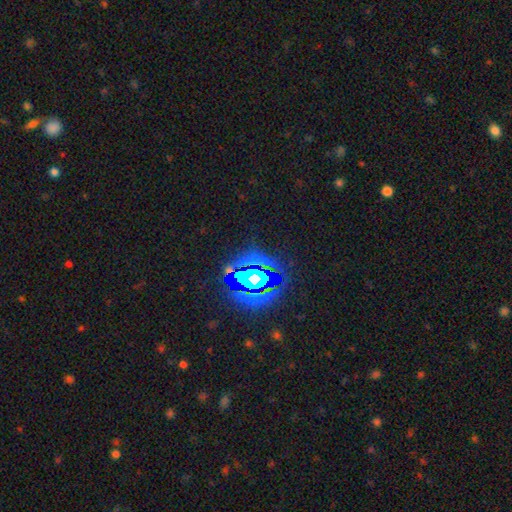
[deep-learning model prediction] This is likely a star or artifact rather than a galaxy (74%).